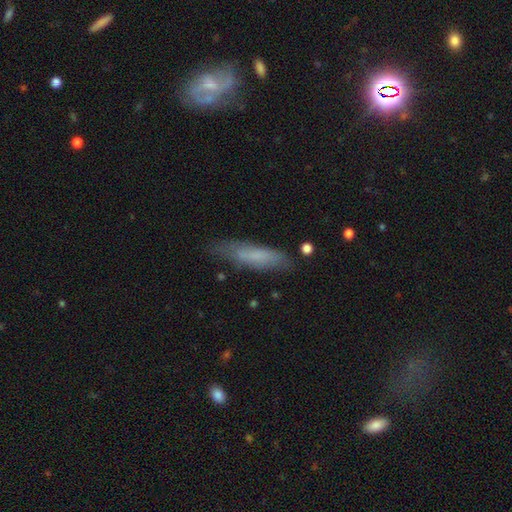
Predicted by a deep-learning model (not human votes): smooth 68%, featured or disk 24%, star or artifact 8%. Down the decision tree: how rounded — cigar-shaped (71%); merging — none (71%).